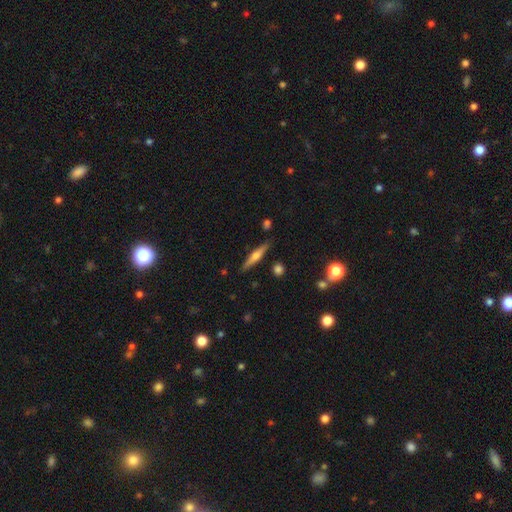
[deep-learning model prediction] smooth-or-featured: featured or disk: 55% | smooth: 39% | star or artifact: 7%
  disk-edge-on: yes: 95% | no: 5%
    edge-on-bulge: rounded: 86% | none: 7% | boxy: 6%
  merging: none: 86% | minor disturbance: 10% | merger: 3% | major disturbance: 2%